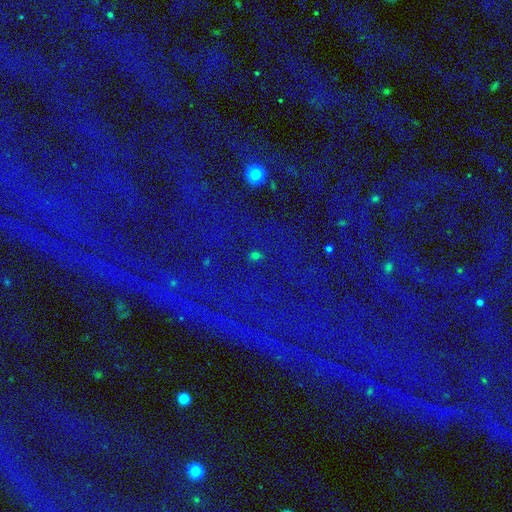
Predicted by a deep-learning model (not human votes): smooth_or_featured: star or artifact (p=0.62) [alt: smooth p=0.28]